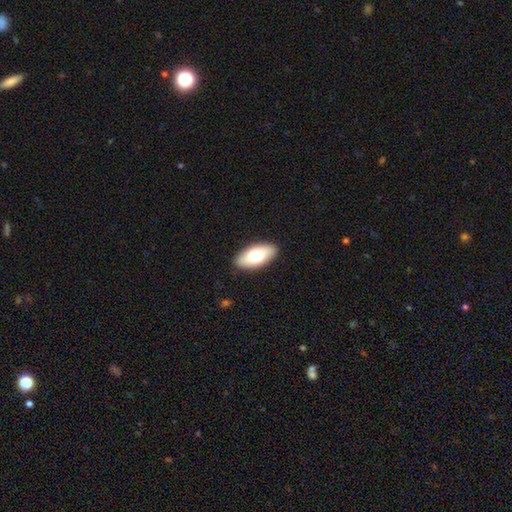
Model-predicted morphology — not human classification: This appears to be a smooth galaxy with no disk features (72%) that is in between round and cigar-shaped (91%). Merging: none (89%).